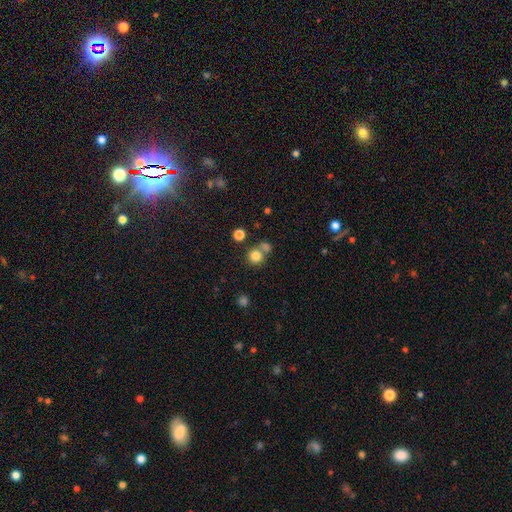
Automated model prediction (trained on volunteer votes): Smooth or featured: smooth — 80% (star or artifact — 13%)
How rounded: round — 90% (in between — 9%)
Merging: none — 60% (merger — 28%)